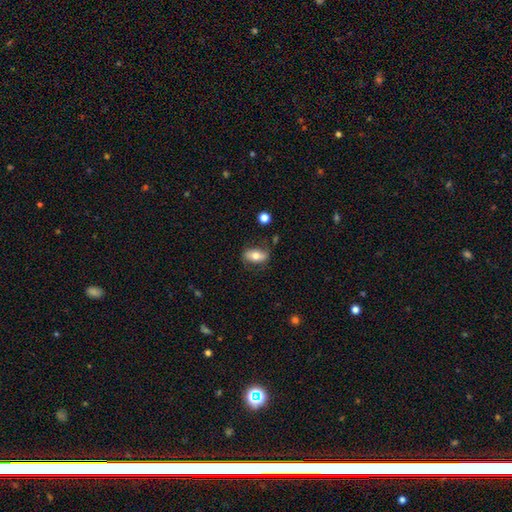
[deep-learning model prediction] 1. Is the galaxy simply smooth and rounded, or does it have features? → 67% smooth, 26% featured or disk, 7% star or artifact.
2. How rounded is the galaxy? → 86% in between, 8% cigar-shaped, 6% round.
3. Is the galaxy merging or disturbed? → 74% none, 18% minor disturbance, 5% major disturbance, 2% merger.